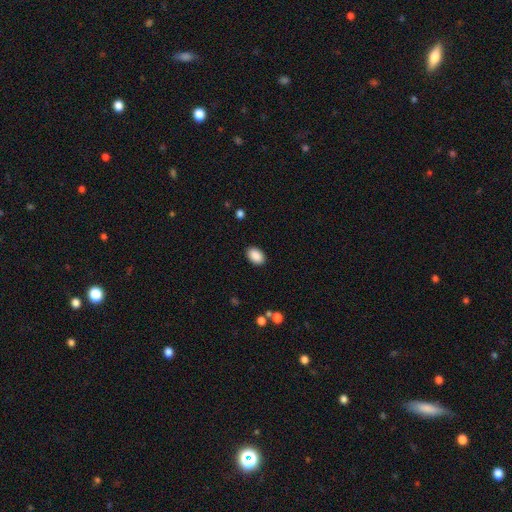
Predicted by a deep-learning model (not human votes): Morphology: type=smooth (89%); roundness=in between (87%); merging=none (89%).